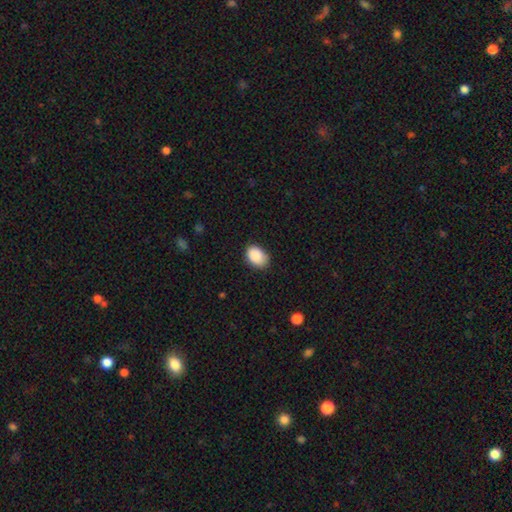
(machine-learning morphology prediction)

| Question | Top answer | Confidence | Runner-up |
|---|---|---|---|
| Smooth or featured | smooth | 89% | star or artifact (7%) |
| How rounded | in between | 81% | round (18%) |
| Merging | none | 77% | minor disturbance (18%) |